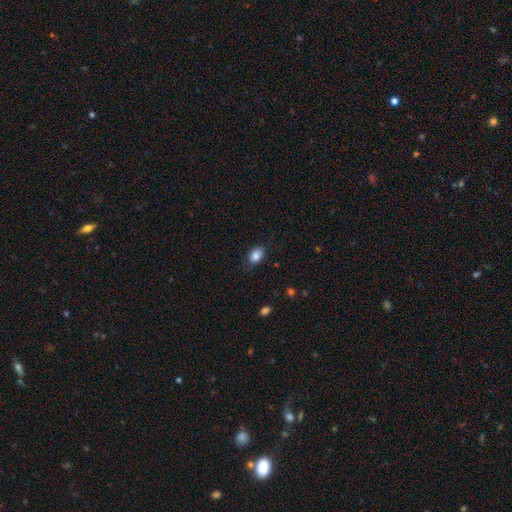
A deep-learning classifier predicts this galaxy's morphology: smooth-or-featured: smooth: 86% | star or artifact: 8% | featured or disk: 6%
  how-rounded: in between: 84% | round: 14% | cigar-shaped: 1%
  merging: none: 77% | minor disturbance: 18% | major disturbance: 4% | merger: 1%